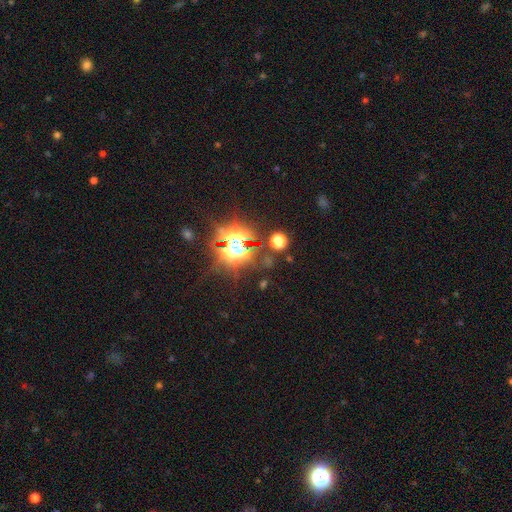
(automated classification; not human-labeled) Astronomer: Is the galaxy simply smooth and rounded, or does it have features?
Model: star or artifact — 83%.